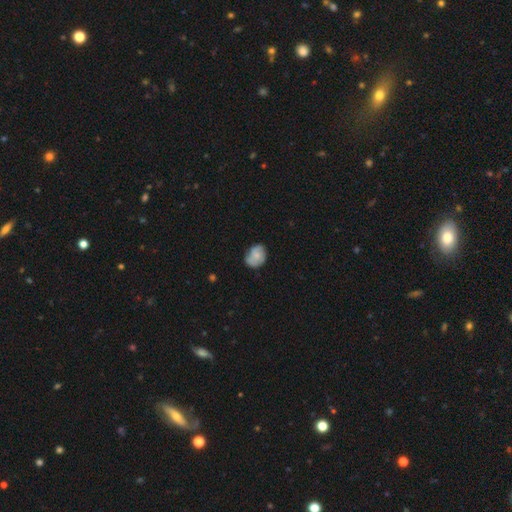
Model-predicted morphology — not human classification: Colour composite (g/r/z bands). It shows a smooth galaxy with no disk features (59%) that is in between round and cigar-shaped (52%). Merging: none (62%).